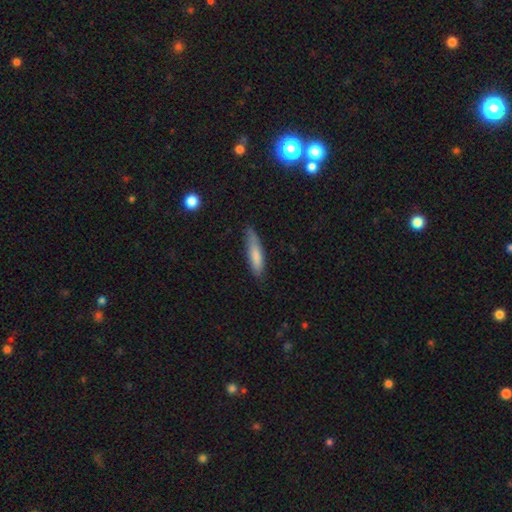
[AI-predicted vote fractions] A smooth galaxy with no disk features (80%) that is cigar-shaped (78%). Merging: none (75%).